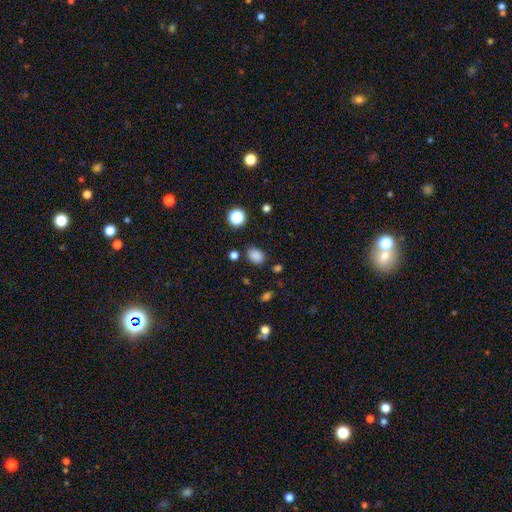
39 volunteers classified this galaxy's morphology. Smooth or featured: smooth — 90% (star or artifact — 8%)
How rounded: in between — 77% (round — 23%)
Merging: none — 83% (minor disturbance — 17%)